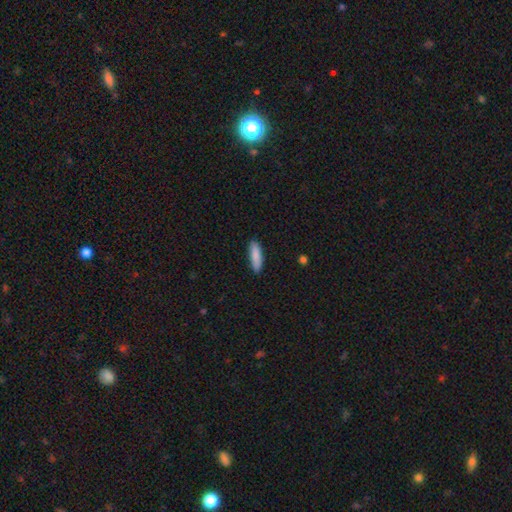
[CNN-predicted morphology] Smooth or featured: smooth — 88% (featured or disk — 6%)
How rounded: cigar-shaped — 63% (in between — 36%)
Merging: none — 88% (minor disturbance — 9%)